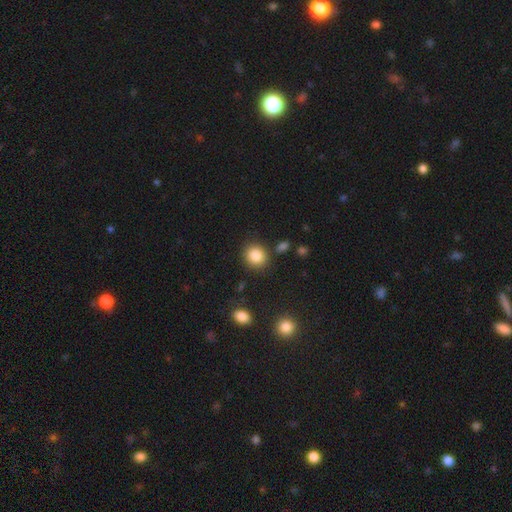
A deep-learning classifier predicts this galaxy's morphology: A smooth galaxy with no disk features (86%) that is round (83%). Merging: none (85%).